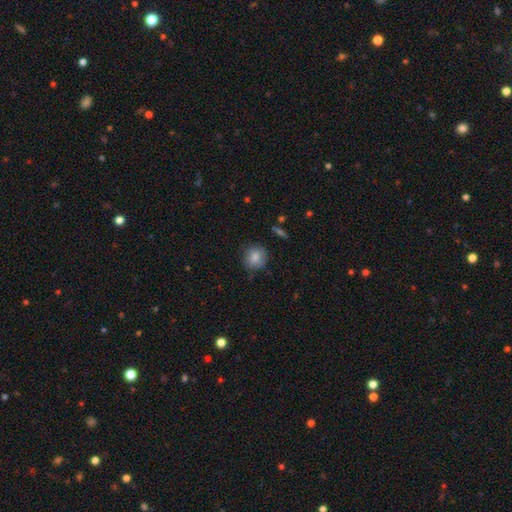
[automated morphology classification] type=smooth (78%); roundness=round (86%); merging=none (80%).